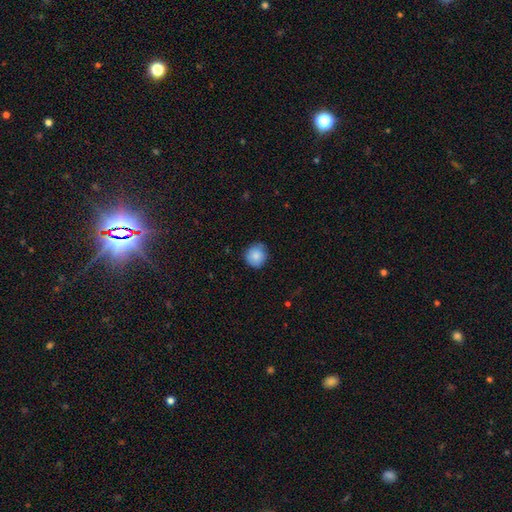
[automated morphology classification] A smooth galaxy with no disk features (87%) that is round (91%). Merging: none (78%).